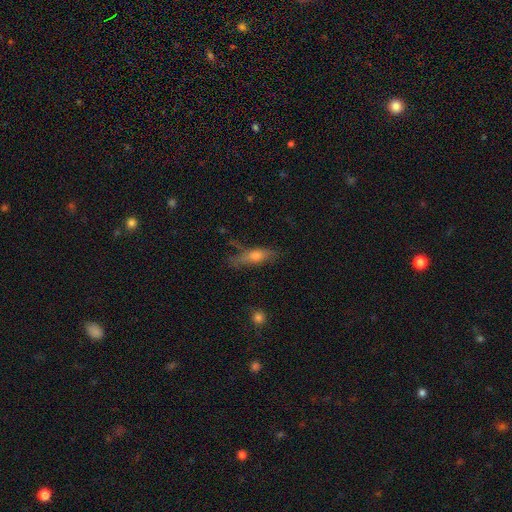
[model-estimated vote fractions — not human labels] smooth_or_featured: smooth (p=0.63) [alt: featured or disk p=0.29]
how_rounded: in between (p=0.49) [alt: cigar-shaped p=0.48]
merging: none (p=0.57) [alt: minor disturbance p=0.26]